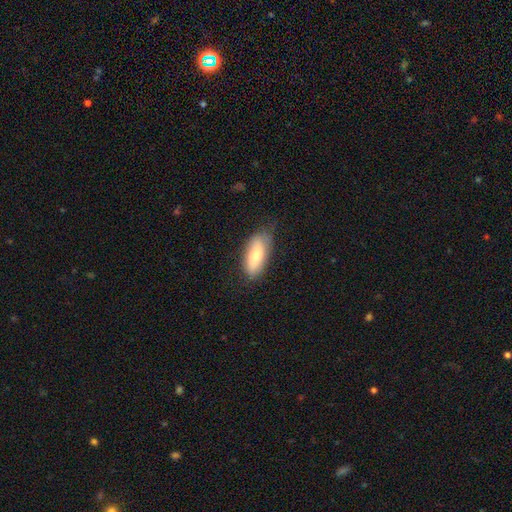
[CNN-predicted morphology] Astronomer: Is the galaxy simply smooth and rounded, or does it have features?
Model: smooth — 75%.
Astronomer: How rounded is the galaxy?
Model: in between — 81%.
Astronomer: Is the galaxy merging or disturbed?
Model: none — 68%.